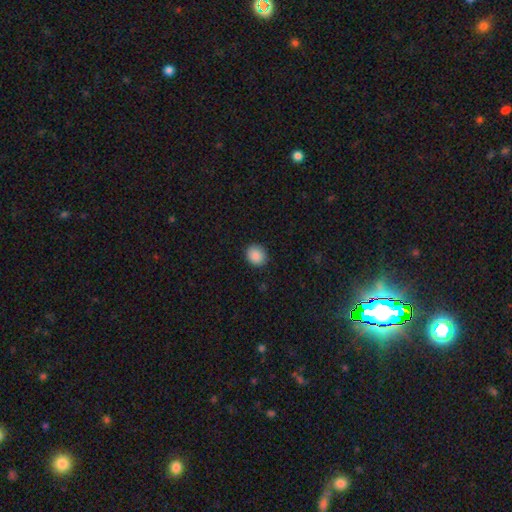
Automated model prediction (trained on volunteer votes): smooth_or_featured: smooth (p=0.88) [alt: star or artifact p=0.09]
how_rounded: round (p=0.78) [alt: in between p=0.21]
merging: none (p=0.90) [alt: minor disturbance p=0.07]